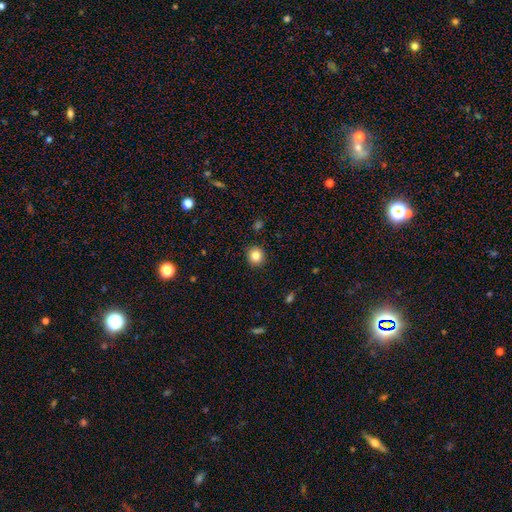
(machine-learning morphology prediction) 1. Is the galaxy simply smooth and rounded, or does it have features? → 84% smooth, 10% star or artifact, 6% featured or disk.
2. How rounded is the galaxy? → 88% round, 11% in between, 1% cigar-shaped.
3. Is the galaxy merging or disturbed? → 92% none, 6% minor disturbance, 2% major disturbance, 1% merger.